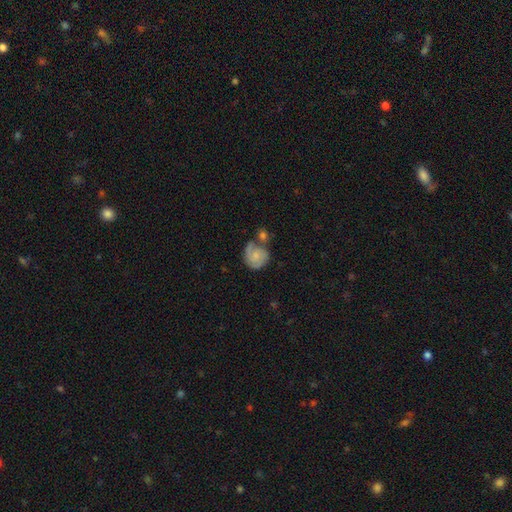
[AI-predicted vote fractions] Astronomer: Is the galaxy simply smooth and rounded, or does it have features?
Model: featured or disk — 48% (runner-up: smooth, 45%).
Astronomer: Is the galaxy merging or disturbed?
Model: none — 39% (runner-up: merger, 30%).